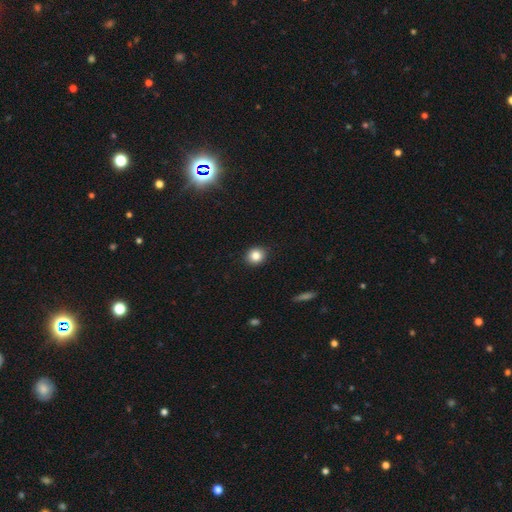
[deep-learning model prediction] Smooth or featured: smooth — 84% (star or artifact — 10%)
How rounded: round — 81% (in between — 18%)
Merging: none — 91% (minor disturbance — 6%)